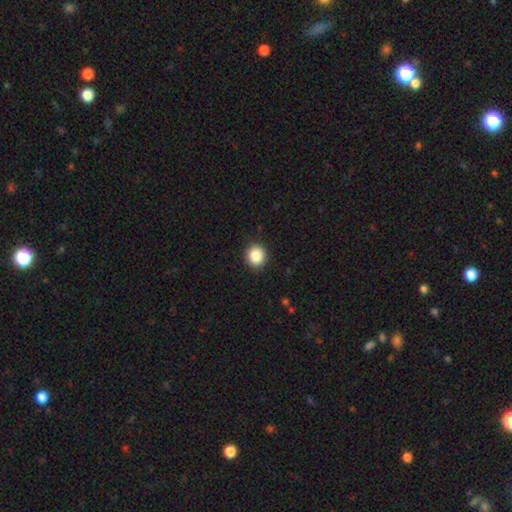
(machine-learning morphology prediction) This is clearly a smooth galaxy (87%). How rounded: clearly round (87%). Merging: clearly none (91%).